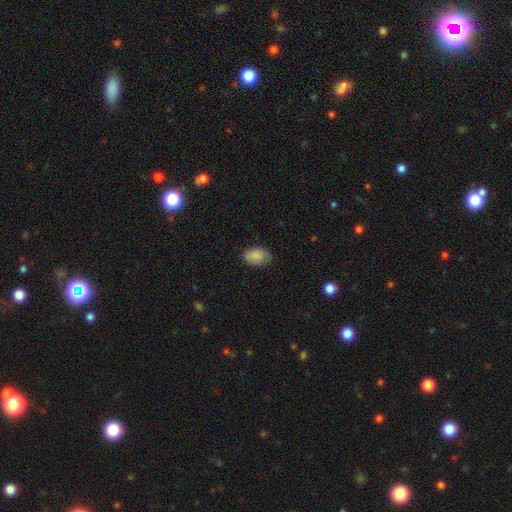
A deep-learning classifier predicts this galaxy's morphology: The model was most divided on "merging": none: 80%, minor disturbance: 16%, major disturbance: 3%, merger: 1%. More confident: how rounded — in between (88%); smooth or featured — smooth (88%).